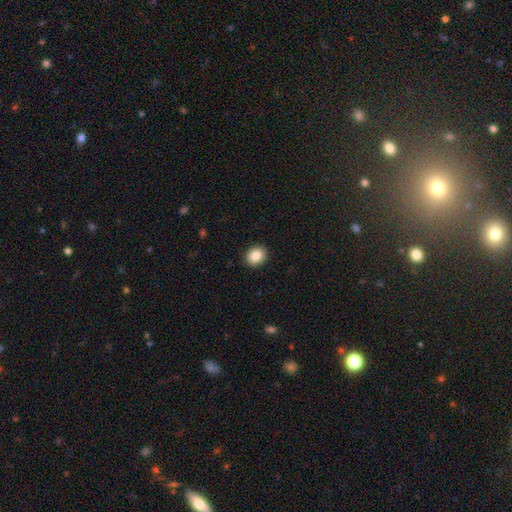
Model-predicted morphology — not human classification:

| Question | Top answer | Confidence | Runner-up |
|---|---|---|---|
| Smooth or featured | smooth | 86% | star or artifact (8%) |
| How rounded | round | 64% | in between (35%) |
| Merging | none | 92% | minor disturbance (6%) |